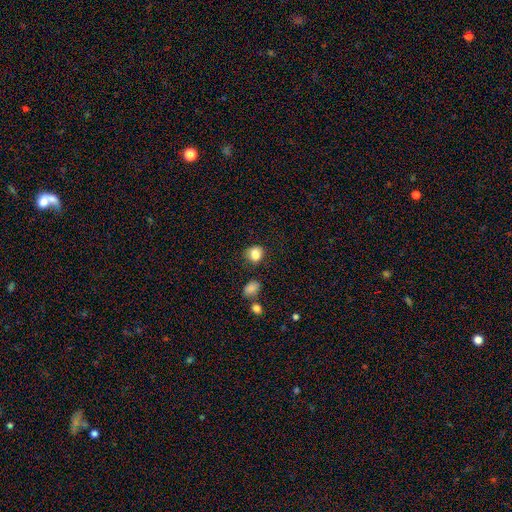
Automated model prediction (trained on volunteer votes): This appears to be a smooth galaxy with no disk features (84%) that is round (59%). Merging: none (63%).